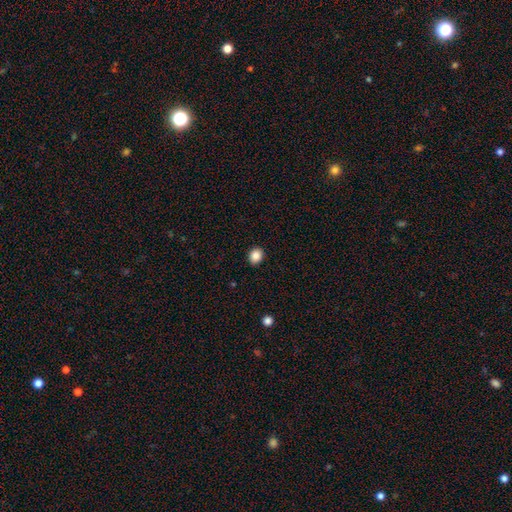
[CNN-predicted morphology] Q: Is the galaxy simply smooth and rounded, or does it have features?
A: smooth — 87%.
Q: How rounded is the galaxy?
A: round — 58%.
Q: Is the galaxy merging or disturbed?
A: none — 91%.